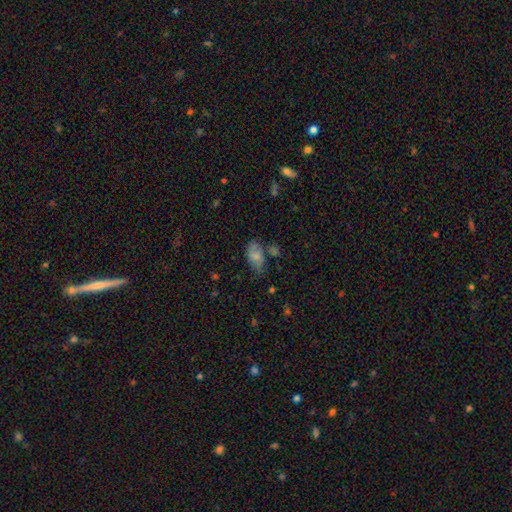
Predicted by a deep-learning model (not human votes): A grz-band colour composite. It shows a smooth galaxy with no disk features (74%) that is in between round and cigar-shaped (92%). Merging: none (51%).